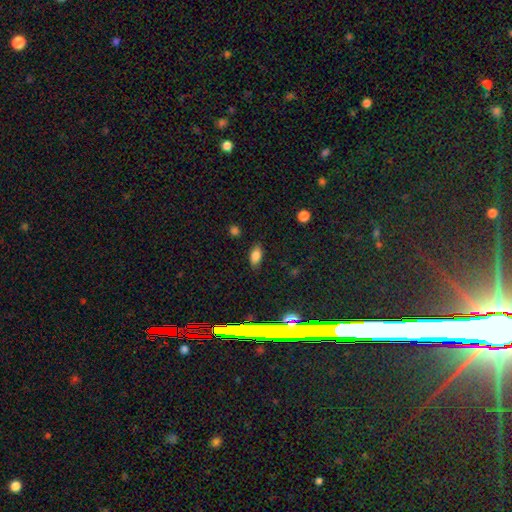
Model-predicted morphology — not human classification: A smooth galaxy with no disk features (80%) that is in between round and cigar-shaped (89%). Merging: none (83%).